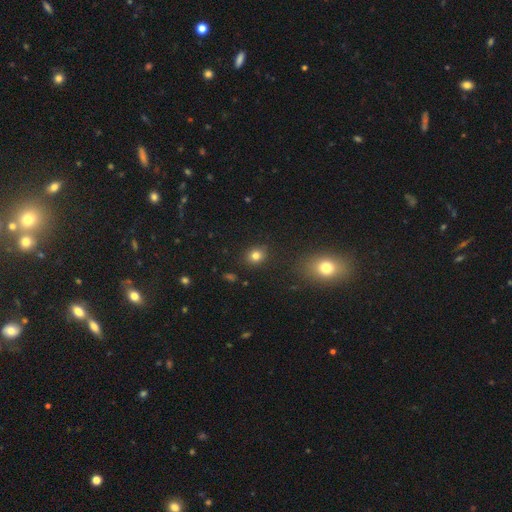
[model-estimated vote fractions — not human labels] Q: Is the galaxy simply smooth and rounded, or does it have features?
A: smooth — 80%.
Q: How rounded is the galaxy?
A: round — 68%.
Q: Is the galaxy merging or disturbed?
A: none — 87%.